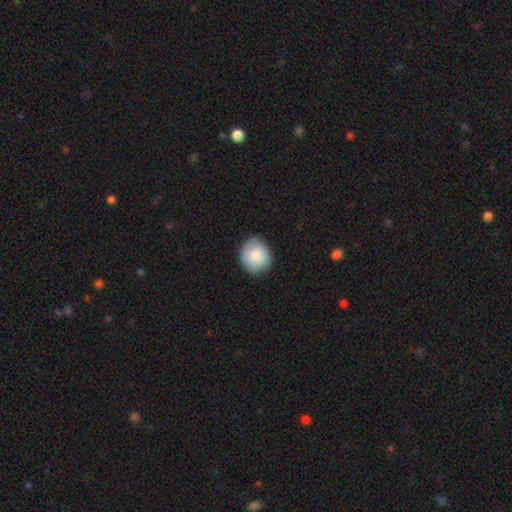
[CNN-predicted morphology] Smooth or featured: smooth — 81% (featured or disk — 13%)
How rounded: round — 80% (in between — 19%)
Merging: none — 78% (minor disturbance — 18%)